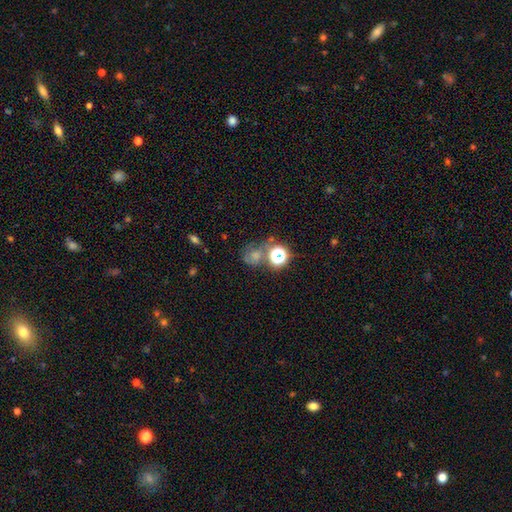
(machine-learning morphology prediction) The model was most divided on "smooth or featured": smooth: 51%, star or artifact: 30%, featured or disk: 19%. Remaining: how rounded — round (75%); merging — none (47%).